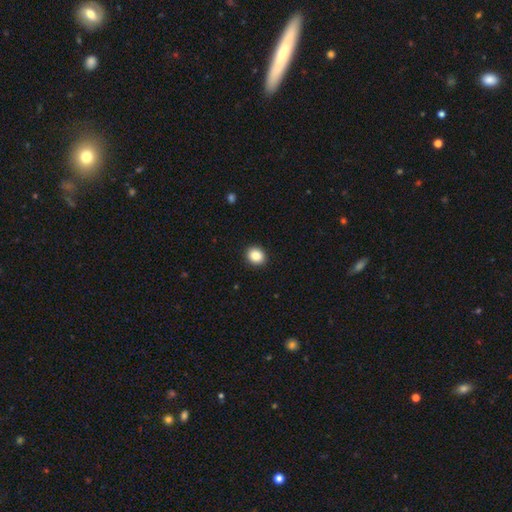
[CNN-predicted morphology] This is clearly a smooth galaxy (86%). How rounded: likely round (70%). Merging: clearly none (92%).